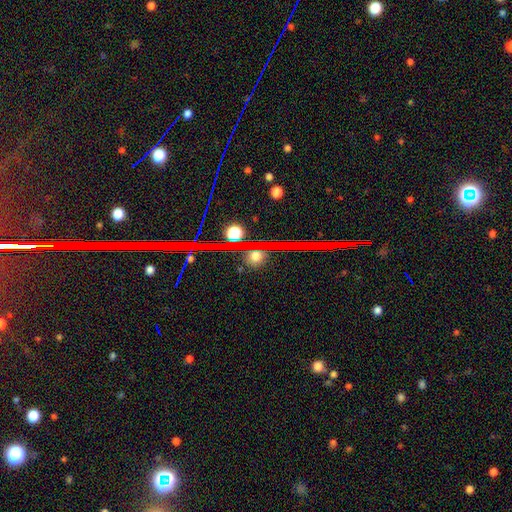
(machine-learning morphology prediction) Smooth or featured?
  - star or artifact: 46% *
  - smooth: 42%
  - featured or disk: 12%